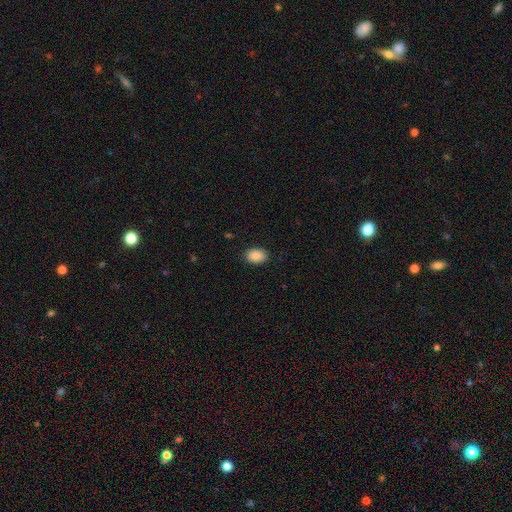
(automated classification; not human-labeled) smooth_or_featured: smooth (p=0.90) [alt: star or artifact p=0.07]
how_rounded: in between (p=0.80) [alt: round p=0.19]
merging: none (p=0.88) [alt: minor disturbance p=0.09]